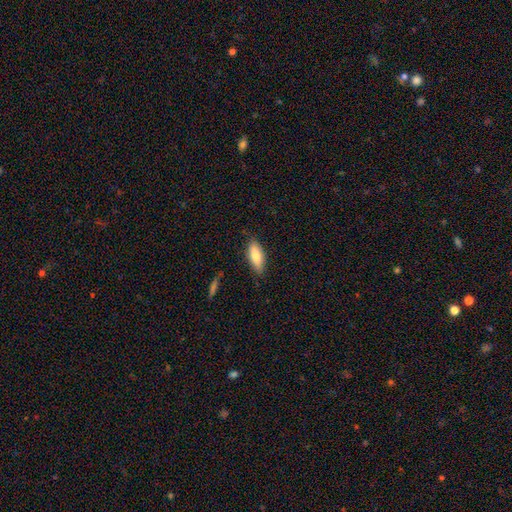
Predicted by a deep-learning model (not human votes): This is likely a smooth galaxy (79%). How rounded: likely in between (73%). Merging: clearly none (82%).